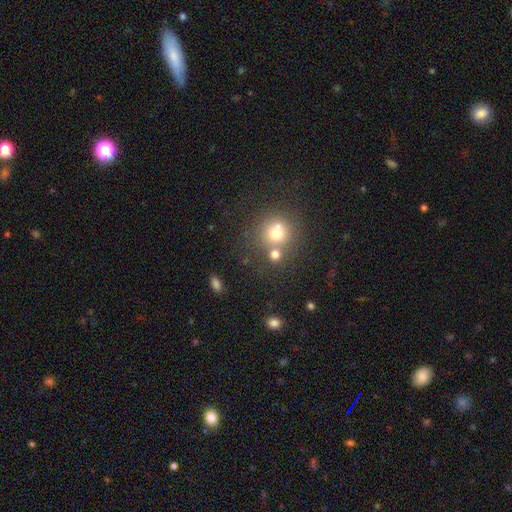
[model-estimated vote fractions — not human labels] smooth_or_featured: smooth (p=0.60) [alt: star or artifact p=0.30]
how_rounded: round (p=0.88) [alt: in between p=0.11]
merging: none (p=0.65) [alt: merger p=0.21]